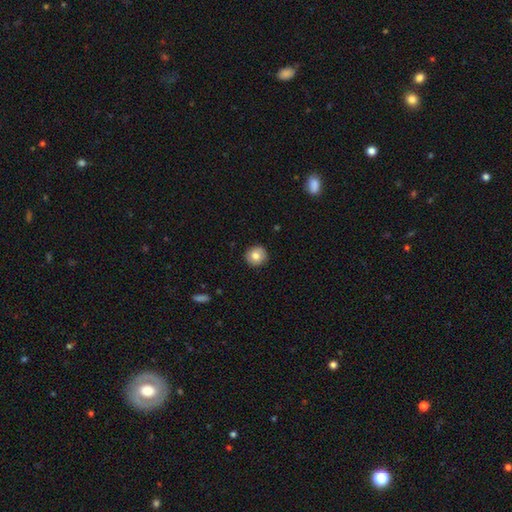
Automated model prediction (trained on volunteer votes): smooth-or-featured: smooth: 78% | featured or disk: 14% | star or artifact: 8%
  how-rounded: round: 92% | in between: 7% | cigar-shaped: 1%
  merging: none: 88% | minor disturbance: 9% | major disturbance: 2% | merger: 1%